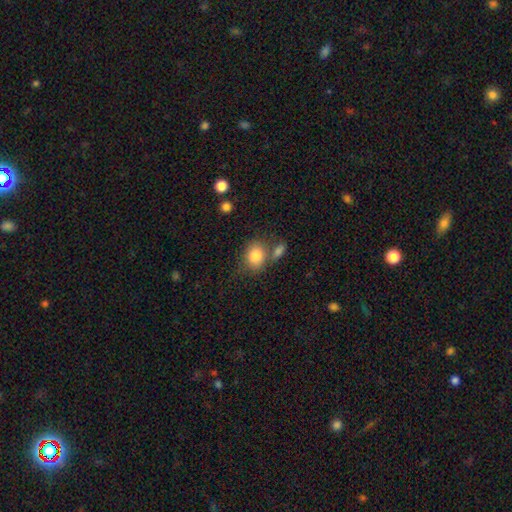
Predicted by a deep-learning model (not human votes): Overall: smooth (83%). How rounded: round (50%; in between 49%). Merging: none (54%; merger 25%).